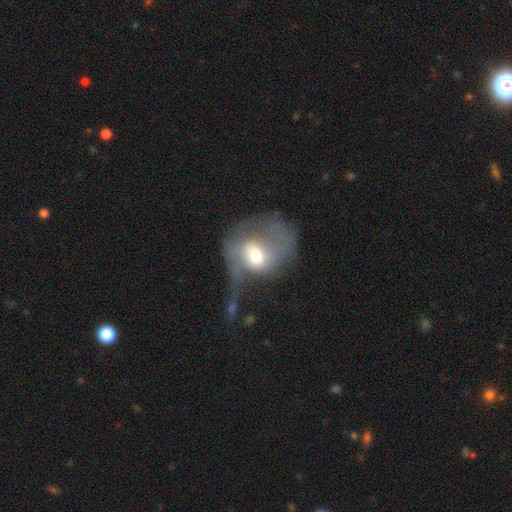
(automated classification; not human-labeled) This is possibly a featured or disk galaxy (48%). Merging: possibly major disturbance (59%).